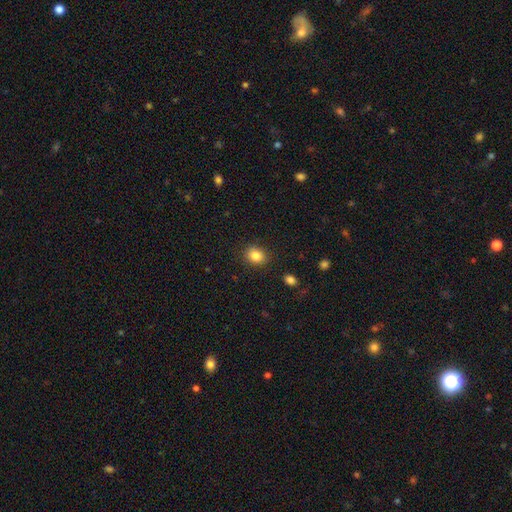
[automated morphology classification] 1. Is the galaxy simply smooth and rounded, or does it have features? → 84% smooth, 10% star or artifact, 6% featured or disk.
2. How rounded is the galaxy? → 52% round, 47% in between, 1% cigar-shaped.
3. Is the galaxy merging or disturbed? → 86% none, 10% minor disturbance, 3% major disturbance, 1% merger.